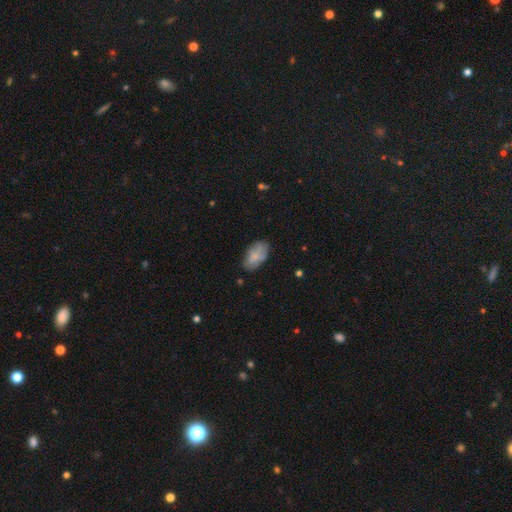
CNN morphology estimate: type=smooth (70%); roundness=in between (93%); merging=none (67%).